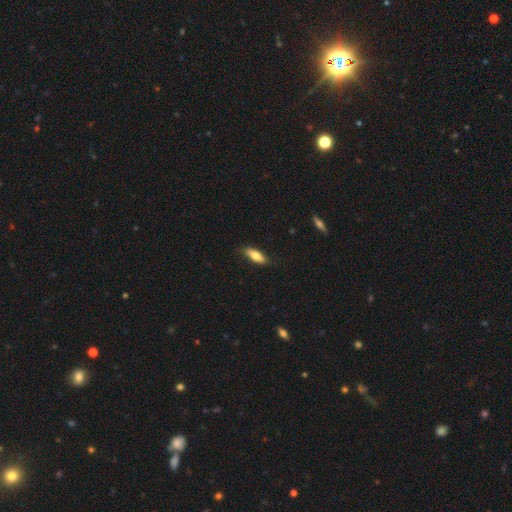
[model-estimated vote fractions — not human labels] This is likely a smooth galaxy (77%). How rounded: likely in between (68%). Merging: clearly none (81%).